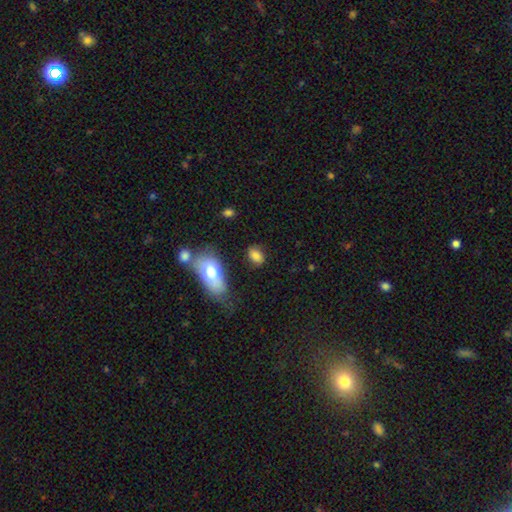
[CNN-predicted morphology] This is clearly a smooth galaxy (83%). How rounded: likely in between (79%). Merging: likely none (74%).